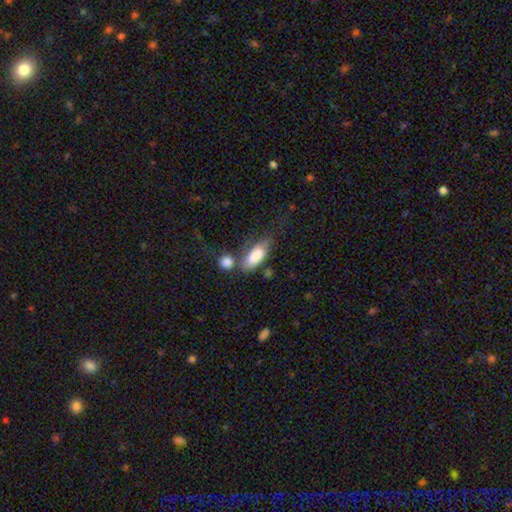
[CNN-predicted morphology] smooth_or_featured: smooth (p=0.82) [alt: featured or disk p=0.12]
how_rounded: in between (p=0.85) [alt: cigar-shaped p=0.12]
merging: none (p=0.44) [alt: merger p=0.24]